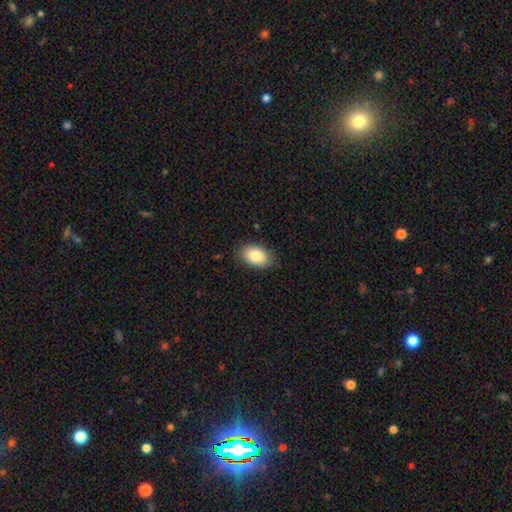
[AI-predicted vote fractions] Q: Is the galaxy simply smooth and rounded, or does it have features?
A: smooth — 87%.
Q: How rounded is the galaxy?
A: in between — 89%.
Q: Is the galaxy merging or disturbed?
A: none — 84%.